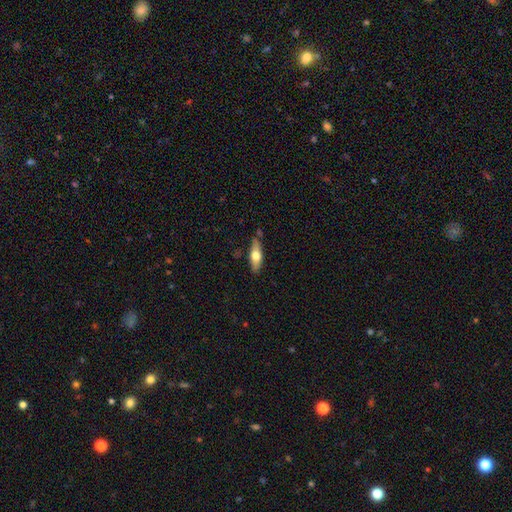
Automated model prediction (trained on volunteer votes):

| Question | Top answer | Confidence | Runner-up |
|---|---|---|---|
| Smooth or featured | smooth | 55% | featured or disk (39%) |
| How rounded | in between | 49% | cigar-shaped (48%) |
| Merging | none | 78% | minor disturbance (15%) |